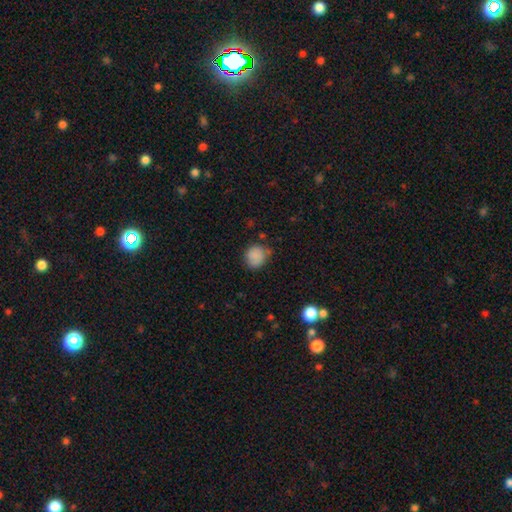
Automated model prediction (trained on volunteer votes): smooth-or-featured: smooth: 83% | star or artifact: 10% | featured or disk: 8%
  how-rounded: round: 78% | in between: 22% | cigar-shaped: 1%
  merging: none: 65% | minor disturbance: 25% | major disturbance: 6% | merger: 3%